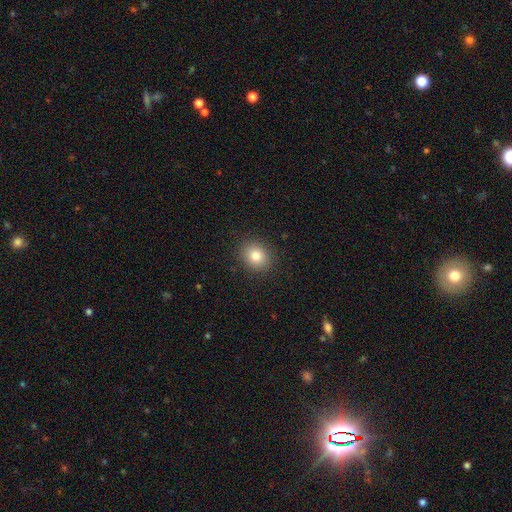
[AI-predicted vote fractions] A smooth galaxy with no disk features (82%) that is round (65%). Merging: none (90%).